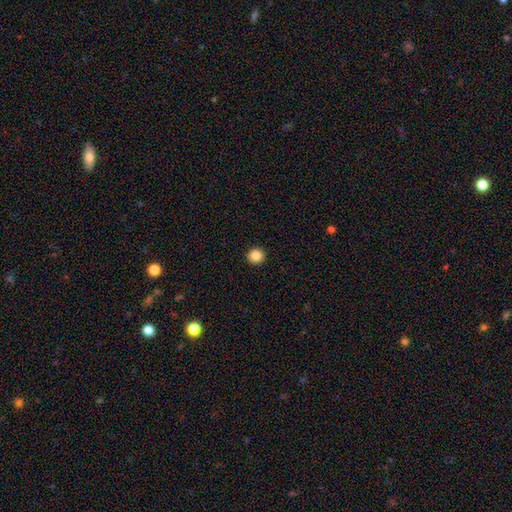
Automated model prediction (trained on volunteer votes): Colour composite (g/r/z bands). It shows a smooth galaxy with no disk features (86%) that is round (94%). Merging: none (94%).